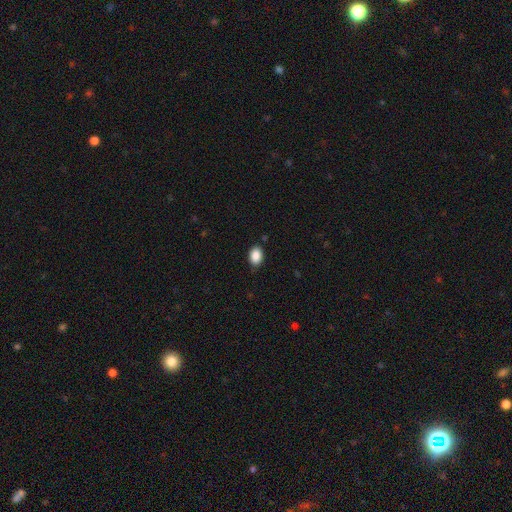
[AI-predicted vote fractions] smooth 88%, star or artifact 8%, featured or disk 4%. Down the decision tree: how rounded — in between (80%); merging — none (83%).